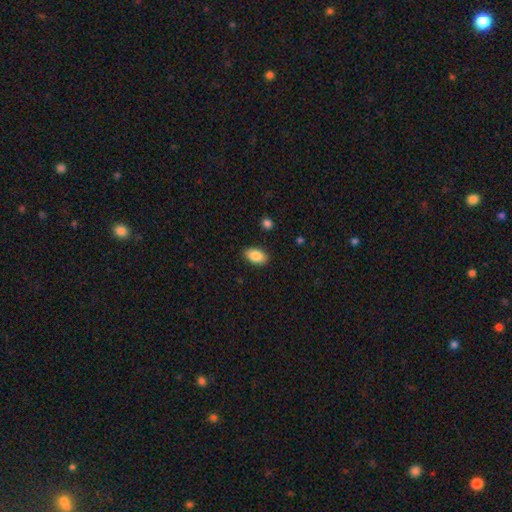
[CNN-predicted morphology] Q: Smooth or featured?
A: smooth (86%); runner-up: star or artifact (7%)
Q: How rounded?
A: in between (93%); runner-up: round (5%)
Q: Merging?
A: none (88%); runner-up: minor disturbance (8%)